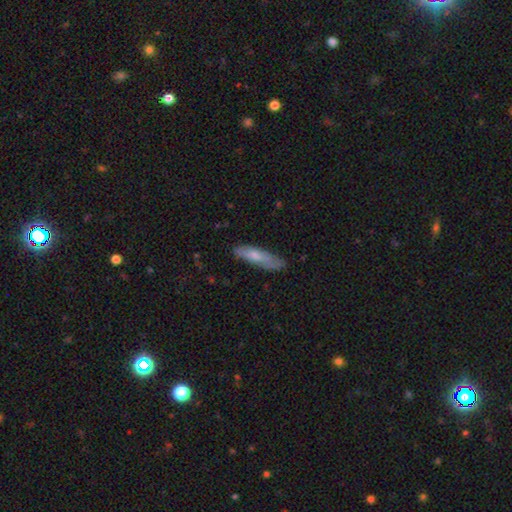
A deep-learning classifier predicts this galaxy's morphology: This is likely a smooth galaxy (68%). How rounded: likely cigar-shaped (73%). Merging: likely none (67%).